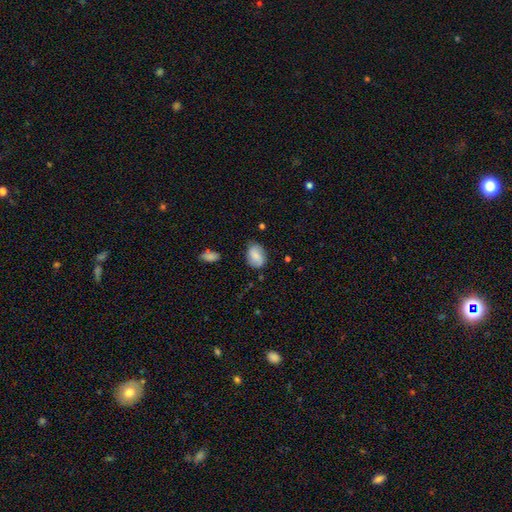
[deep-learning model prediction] This is likely a smooth galaxy (69%). How rounded: likely in between (73%). Merging: likely none (72%).